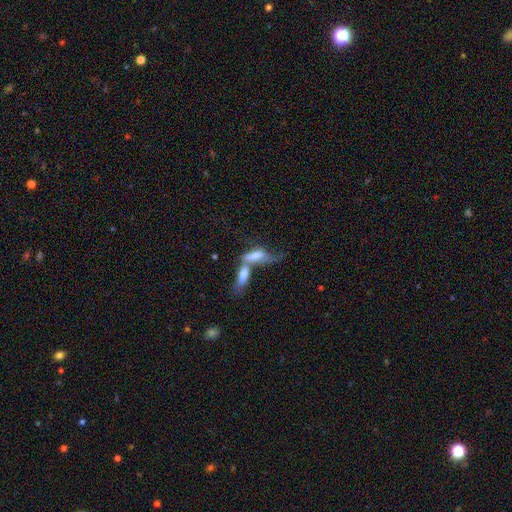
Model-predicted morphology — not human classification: smooth_or_featured: smooth (p=0.59) [alt: featured or disk p=0.32]
how_rounded: in between (p=0.61) [alt: cigar-shaped p=0.36]
merging: merger (p=0.69) [alt: none p=0.13]